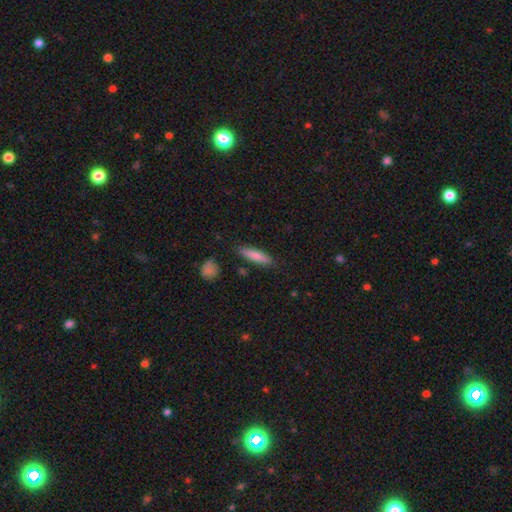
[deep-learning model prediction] Smooth or featured? smooth (78%)
How rounded? cigar-shaped (73%)
Merging? none (85%)